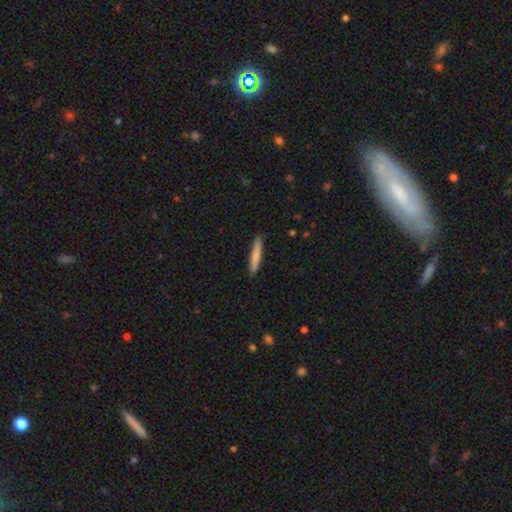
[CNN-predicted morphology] A smooth galaxy with no disk features (78%) that is cigar-shaped (94%). Merging: none (89%).